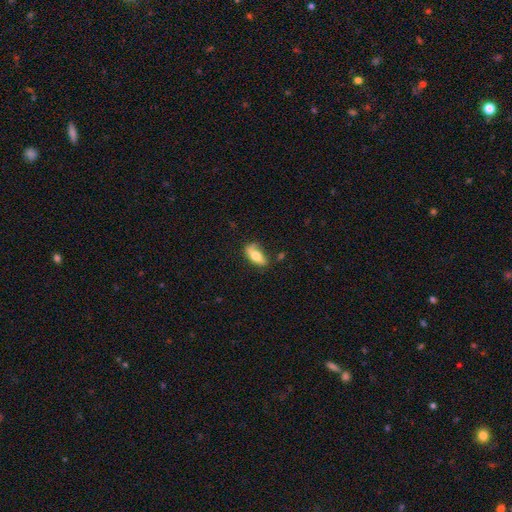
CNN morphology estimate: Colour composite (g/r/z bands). It shows a smooth galaxy with no disk features (66%) that is in between round and cigar-shaped (83%). Merging: none (54%).